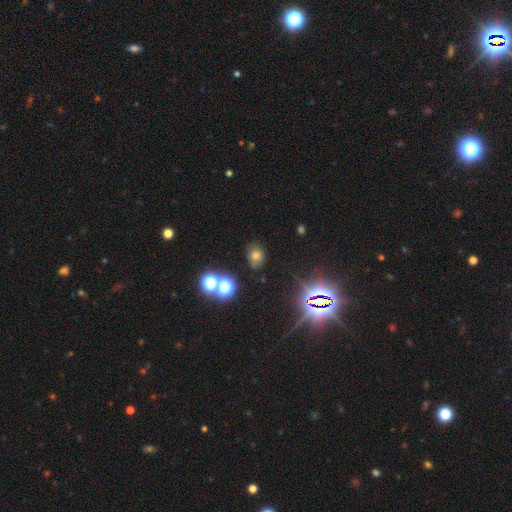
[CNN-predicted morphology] smooth-or-featured: smooth: 63% | star or artifact: 26% | featured or disk: 11%
  how-rounded: in between: 56% | round: 43% | cigar-shaped: 1%
  merging: none: 76% | minor disturbance: 15% | major disturbance: 5% | merger: 4%